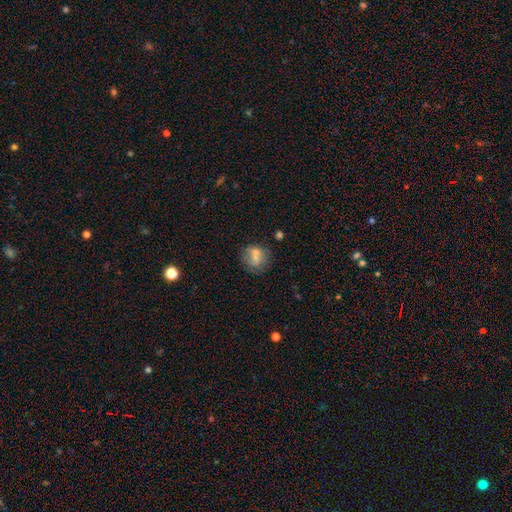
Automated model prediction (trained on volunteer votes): Overall: smooth (61%; featured or disk 29%). How rounded: round (75%). Merging: none (51%; merger 22%).